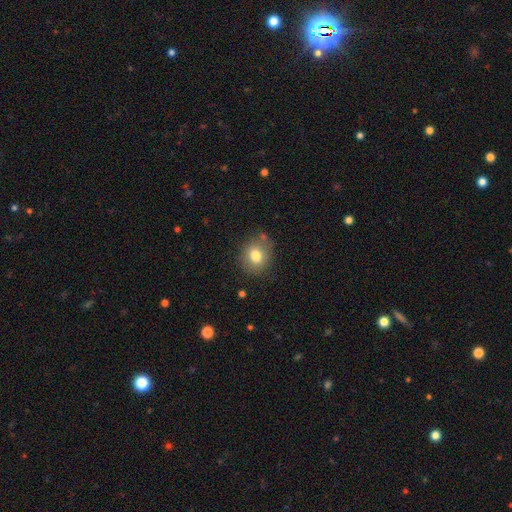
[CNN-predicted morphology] This appears to be a smooth galaxy with no disk features (78%) that is round (73%). Merging: none (79%).